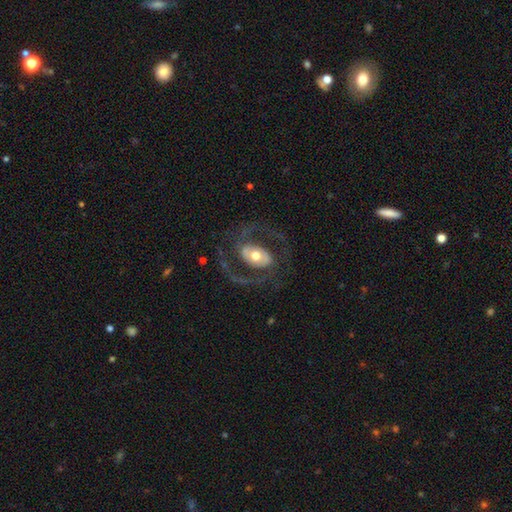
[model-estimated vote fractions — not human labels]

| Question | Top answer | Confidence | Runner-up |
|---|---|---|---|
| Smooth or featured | featured or disk | 83% | smooth (12%) |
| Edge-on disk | no | 96% | yes (4%) |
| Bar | no | 50% | weak (31%) |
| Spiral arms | yes | 88% | no (12%) |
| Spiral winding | medium | 53% | loose (31%) |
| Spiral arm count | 2 | 89% | can't tell (4%) |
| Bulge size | moderate | 68% | large (17%) |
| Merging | none | 70% | major disturbance (16%) |